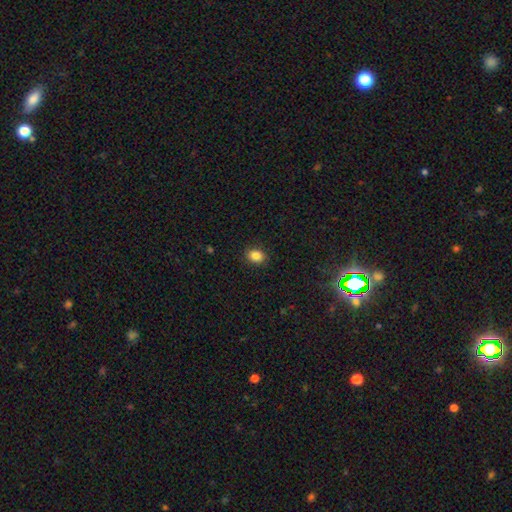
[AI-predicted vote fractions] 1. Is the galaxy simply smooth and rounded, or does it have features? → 85% smooth, 10% star or artifact, 5% featured or disk.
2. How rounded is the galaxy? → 51% round, 48% in between, 1% cigar-shaped.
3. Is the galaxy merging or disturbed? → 90% none, 7% minor disturbance, 2% major disturbance, 1% merger.